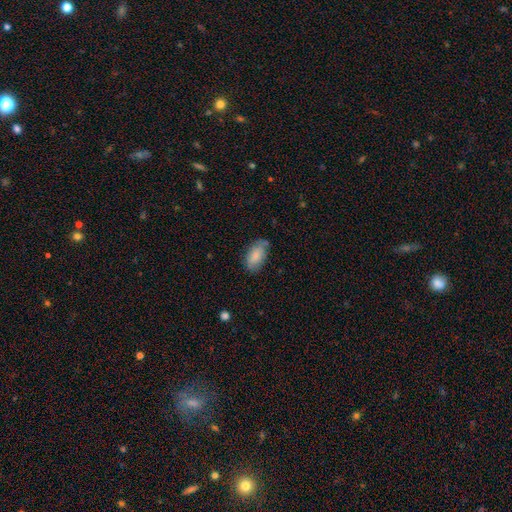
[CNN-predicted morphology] Smooth or featured? Predicted: smooth (p=0.83). How rounded? Predicted: in between (p=0.94). Merging? Predicted: none (p=0.71).